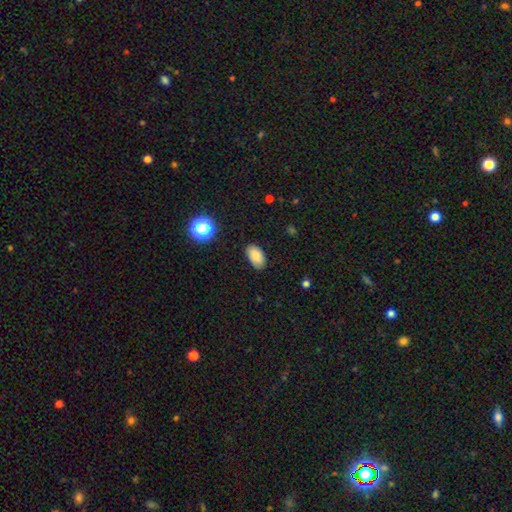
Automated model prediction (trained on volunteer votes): smooth 83%, star or artifact 9%, featured or disk 8%. Down the decision tree: how rounded — in between (93%); merging — none (83%).